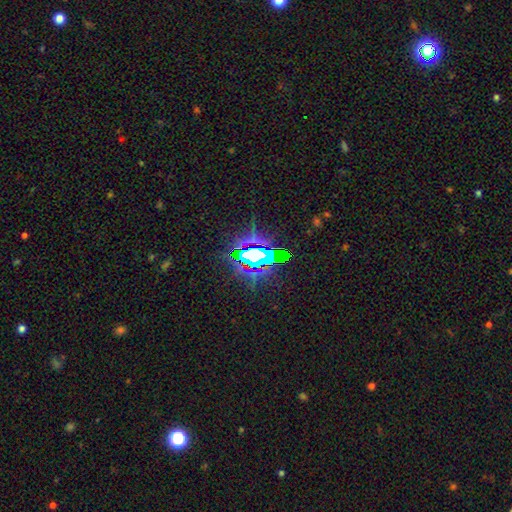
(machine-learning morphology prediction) Overall: star or artifact (72%).